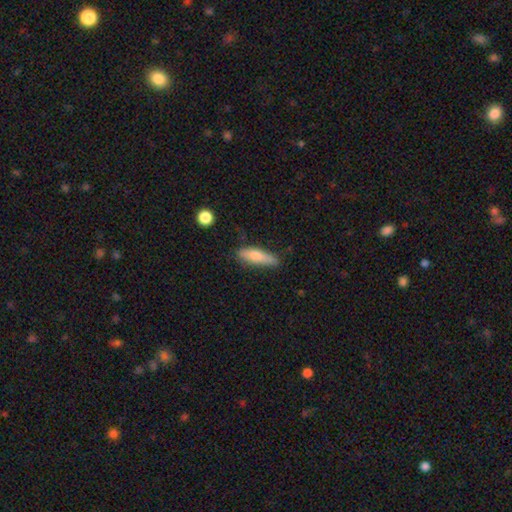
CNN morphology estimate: smooth 75%, featured or disk 19%, star or artifact 6%. Down the decision tree: how rounded — cigar-shaped (64%); merging — none (73%).